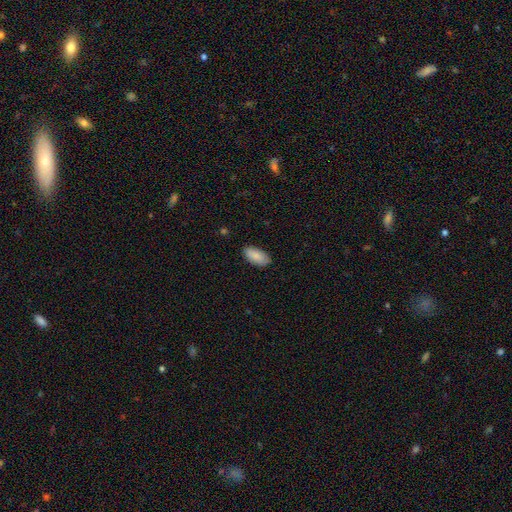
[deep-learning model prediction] The model was most divided on "merging": none: 86%, minor disturbance: 11%, major disturbance: 2%, merger: 1%. More confident: how rounded — in between (93%); smooth or featured — smooth (87%).